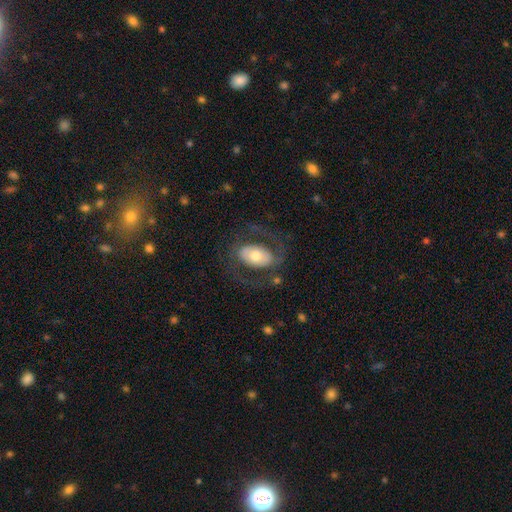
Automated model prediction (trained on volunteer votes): smooth-or-featured: featured or disk: 56% | smooth: 38% | star or artifact: 6%
  disk-edge-on: no: 94% | yes: 6%
    bar: no: 58% | weak: 24% | strong: 18%
    has-spiral-arms: yes: 56% | no: 44%
    bulge-size: moderate: 62% | small: 18% | large: 15% | dominant: 3% | none: 1%
  merging: none: 69% | major disturbance: 16% | minor disturbance: 13% | merger: 2%